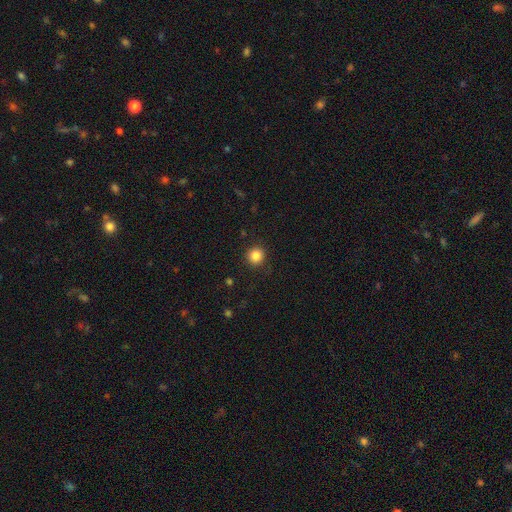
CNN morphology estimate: smooth 86%, star or artifact 11%, featured or disk 4%. Down the decision tree: how rounded — round (93%); merging — none (91%).